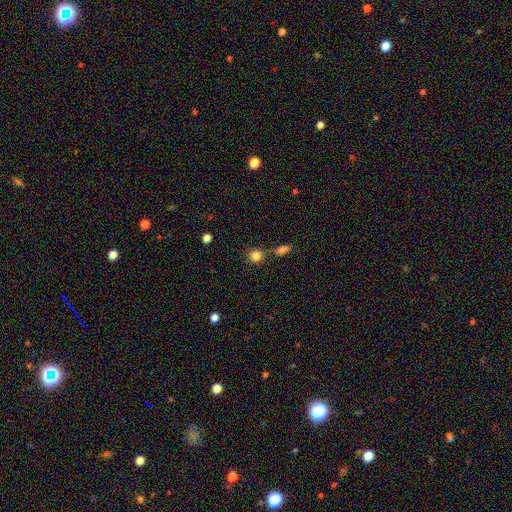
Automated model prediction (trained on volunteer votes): Q: Smooth or featured?
A: smooth (84%); runner-up: star or artifact (11%)
Q: How rounded?
A: round (86%); runner-up: in between (13%)
Q: Merging?
A: none (73%); runner-up: merger (14%)